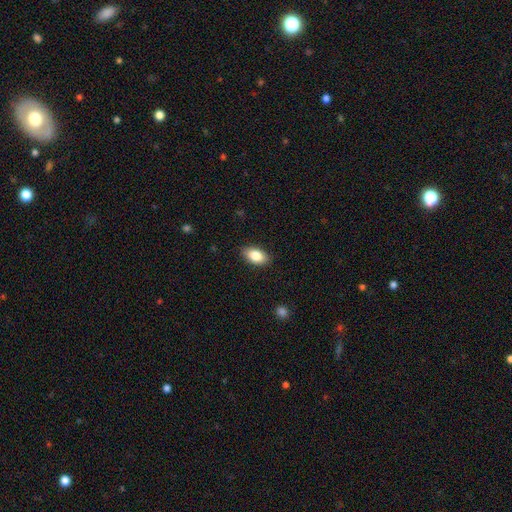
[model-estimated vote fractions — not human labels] smooth 84%, featured or disk 9%, star or artifact 7%. Down the decision tree: how rounded — in between (92%); merging — none (87%).